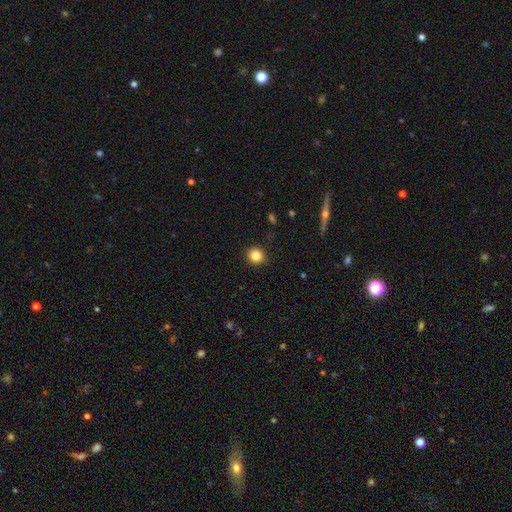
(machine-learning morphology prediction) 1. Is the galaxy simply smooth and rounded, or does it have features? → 83% smooth, 11% star or artifact, 5% featured or disk.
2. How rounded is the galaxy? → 90% round, 9% in between, 1% cigar-shaped.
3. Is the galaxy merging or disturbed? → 89% none, 8% minor disturbance, 2% major disturbance, 1% merger.